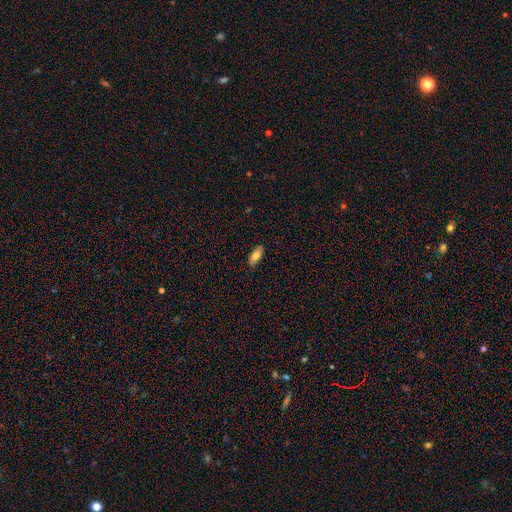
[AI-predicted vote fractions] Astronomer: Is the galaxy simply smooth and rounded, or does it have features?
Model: smooth — 78%.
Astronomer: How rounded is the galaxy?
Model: in between — 84%.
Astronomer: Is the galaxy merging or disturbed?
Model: none — 86%.